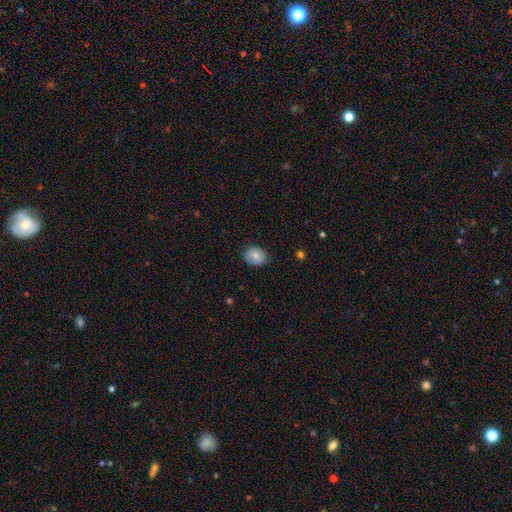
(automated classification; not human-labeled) The model was most divided on "how rounded": in between: 53%, round: 46%, cigar-shaped: 1%. More confident: smooth or featured — smooth (81%); merging — none (81%).